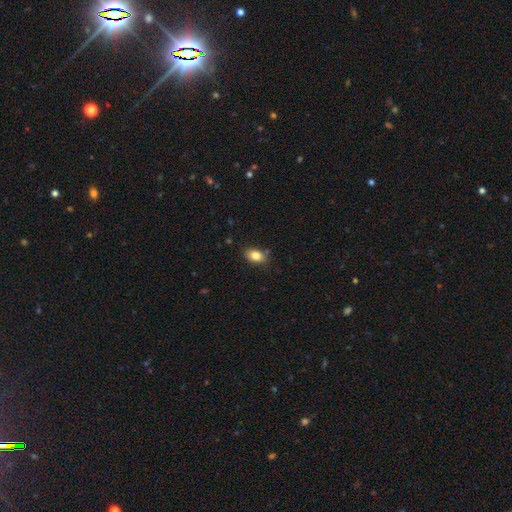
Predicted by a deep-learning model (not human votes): This is clearly a smooth galaxy (84%). How rounded: clearly in between (81%). Merging: likely none (79%).